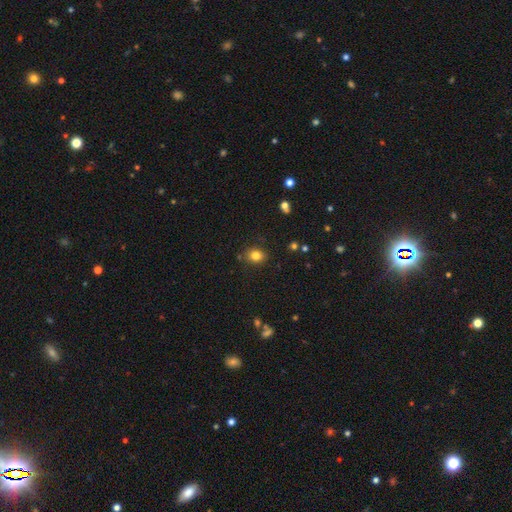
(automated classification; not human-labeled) Smooth or featured?
  - smooth: 80% *
  - star or artifact: 13%
  - featured or disk: 7%
How rounded?
  - round: 59% *
  - in between: 40%
  - cigar-shaped: 1%
Merging?
  - none: 84% *
  - minor disturbance: 11%
  - merger: 3%
  - major disturbance: 3%